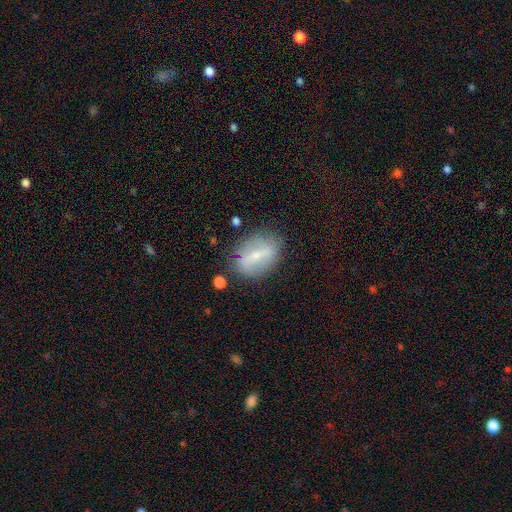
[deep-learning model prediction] This is possibly a featured or disk galaxy (56%). It is clearly not viewed edge-on (85%). Merging: likely none (75%).